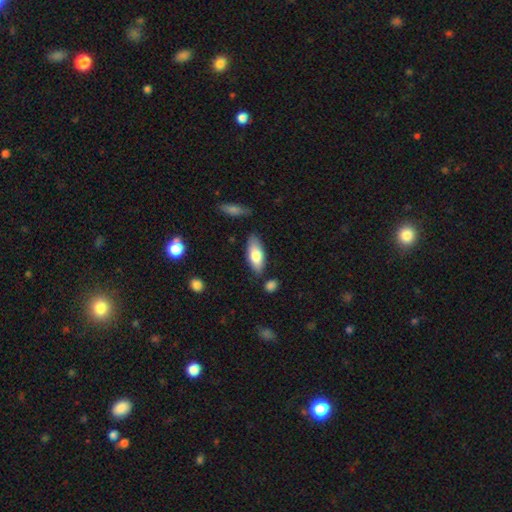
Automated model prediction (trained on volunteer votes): Smooth or featured: smooth — 77% (featured or disk — 18%)
How rounded: in between — 79% (cigar-shaped — 19%)
Merging: none — 80% (minor disturbance — 13%)